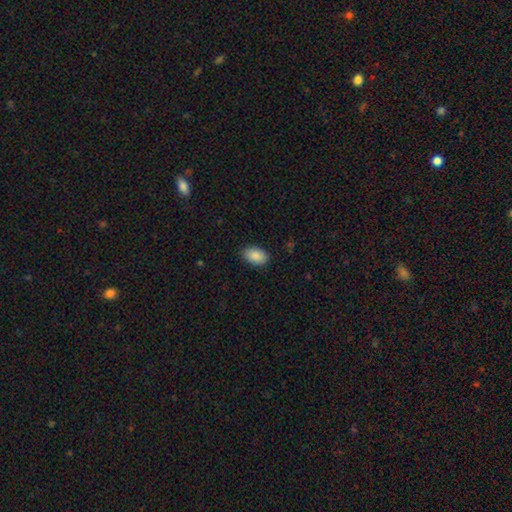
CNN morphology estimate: Q: Smooth or featured?
A: smooth (89%); runner-up: star or artifact (7%)
Q: How rounded?
A: in between (91%); runner-up: round (8%)
Q: Merging?
A: none (87%); runner-up: minor disturbance (10%)